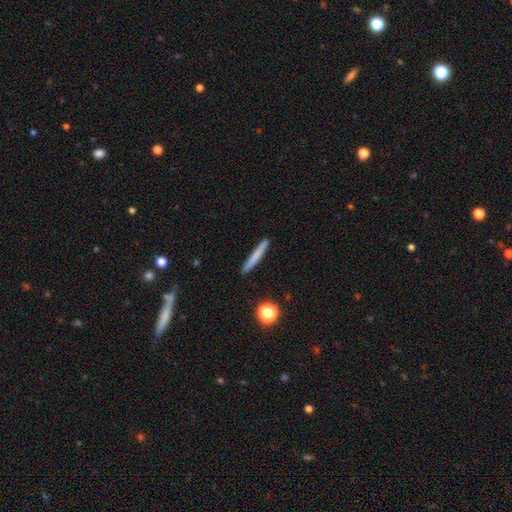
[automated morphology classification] A smooth galaxy with no disk features (71%) that is cigar-shaped (95%). Merging: none (91%).